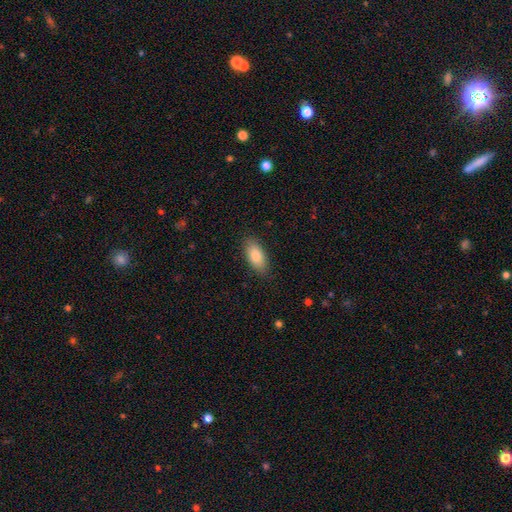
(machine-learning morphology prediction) smooth-or-featured: smooth: 81% | featured or disk: 12% | star or artifact: 7%
  how-rounded: in between: 89% | cigar-shaped: 8% | round: 3%
  merging: none: 86% | minor disturbance: 11% | major disturbance: 2% | merger: 1%